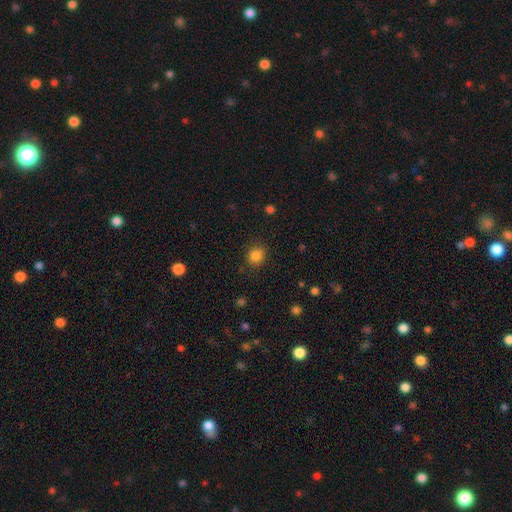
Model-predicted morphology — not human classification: A smooth galaxy with no disk features (84%) that is round (82%).

Vote fractions:
- Smooth or featured? smooth: 84% / star or artifact: 12% / featured or disk: 4%
- How rounded? round: 82% / in between: 17% / cigar-shaped: 1%
- Merging? none: 86% / minor disturbance: 10% / major disturbance: 3% / merger: 1%